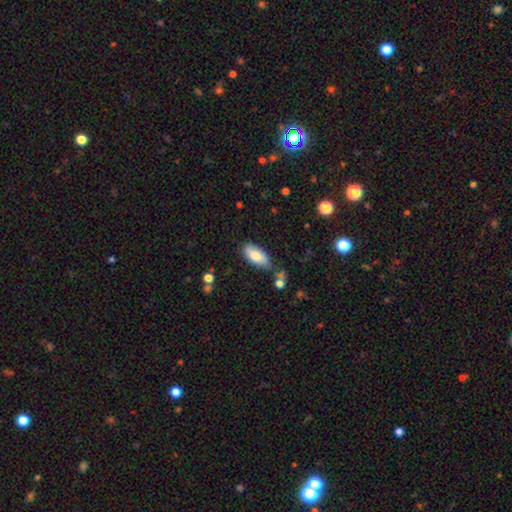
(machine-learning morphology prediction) Smooth or featured?
  - smooth: 81% *
  - featured or disk: 13%
  - star or artifact: 6%
How rounded?
  - in between: 88% *
  - cigar-shaped: 10%
  - round: 2%
Merging?
  - none: 70% *
  - minor disturbance: 20%
  - merger: 6%
  - major disturbance: 4%